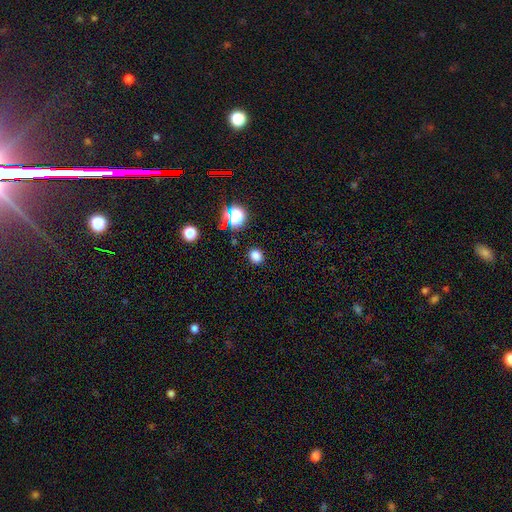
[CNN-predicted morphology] Smooth or featured?
  - smooth: 78% *
  - star or artifact: 18%
  - featured or disk: 4%
How rounded?
  - round: 73% *
  - in between: 26%
  - cigar-shaped: 1%
Merging?
  - none: 89% *
  - minor disturbance: 7%
  - major disturbance: 3%
  - merger: 2%